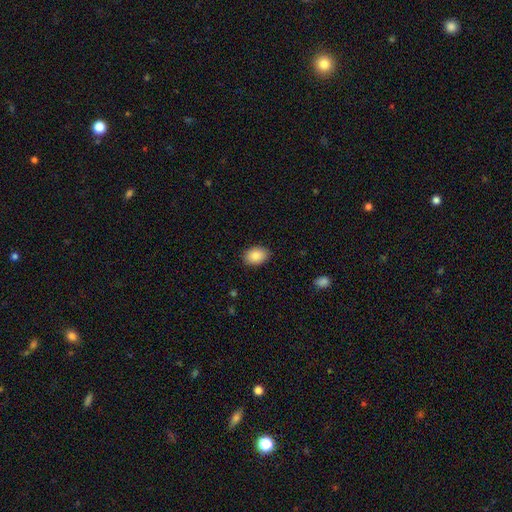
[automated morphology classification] This appears to be a smooth galaxy with no disk features (88%) that is in between round and cigar-shaped (81%). Merging: none (89%).